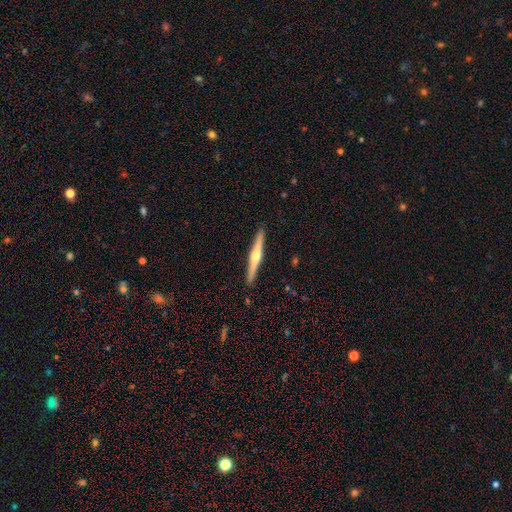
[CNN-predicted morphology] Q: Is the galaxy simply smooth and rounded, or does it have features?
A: featured or disk — 70%.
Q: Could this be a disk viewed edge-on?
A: yes — 98%.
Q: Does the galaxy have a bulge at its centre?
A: rounded — 91%.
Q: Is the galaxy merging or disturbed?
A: none — 91%.